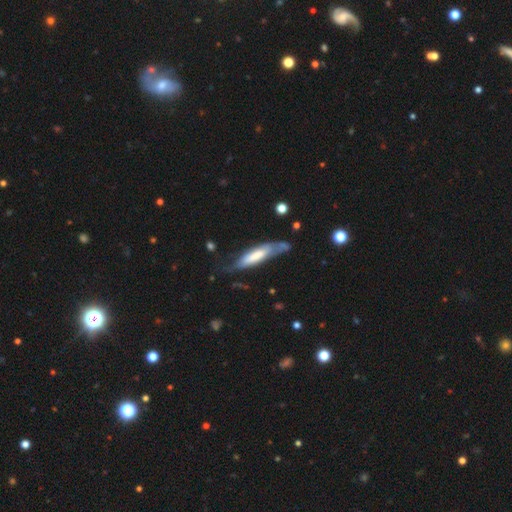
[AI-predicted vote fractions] A smooth galaxy with no disk features (50%).

Vote fractions:
- Smooth or featured? smooth: 50% / featured or disk: 44% / star or artifact: 6%
- Merging? none: 46% / minor disturbance: 31% / major disturbance: 19% / merger: 4%